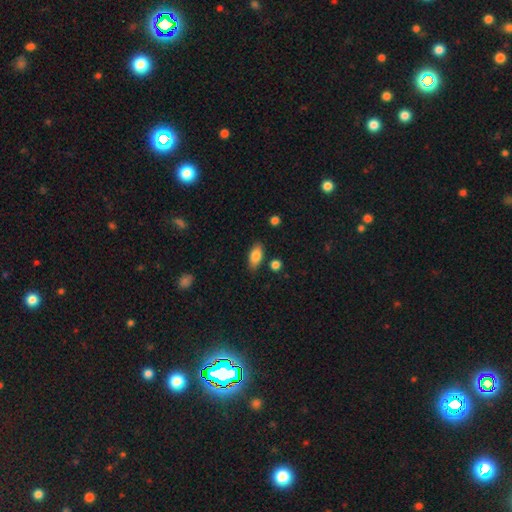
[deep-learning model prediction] Morphology: type=smooth (83%); roundness=in between (88%); merging=none (82%).